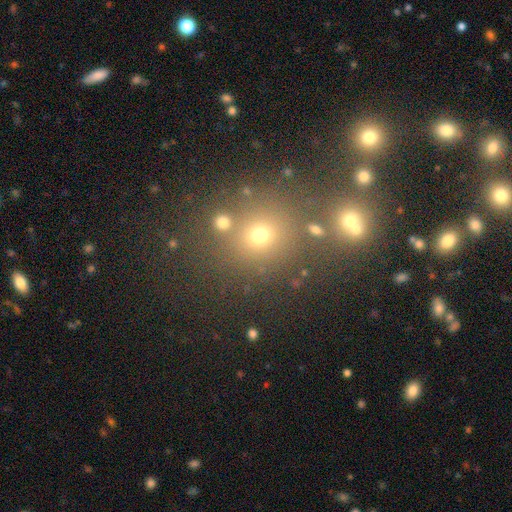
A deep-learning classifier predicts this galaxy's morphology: Smooth or featured? smooth (48%)
Merging? none (72%)